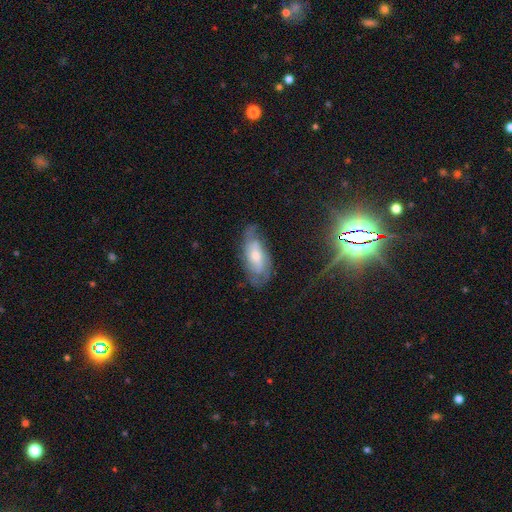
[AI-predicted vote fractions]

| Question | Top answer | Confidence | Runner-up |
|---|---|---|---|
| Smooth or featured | featured or disk | 59% | smooth (32%) |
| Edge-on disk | no | 88% | yes (12%) |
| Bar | no | 59% | weak (33%) |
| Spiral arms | yes | 82% | no (18%) |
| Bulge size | moderate | 51% | small (39%) |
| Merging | none | 61% | minor disturbance (26%) |